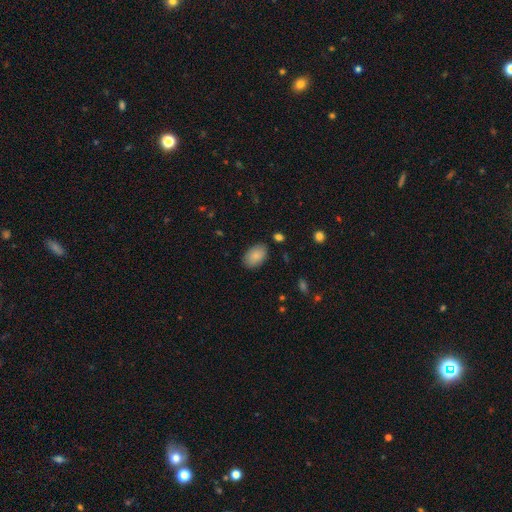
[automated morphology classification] Overall: smooth (87%). How rounded: in between (91%). Merging: none (84%).